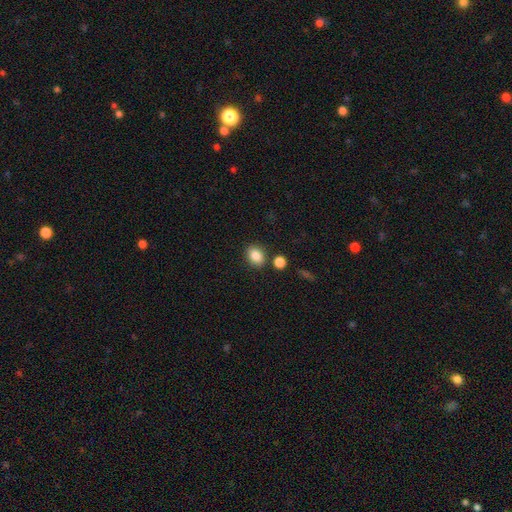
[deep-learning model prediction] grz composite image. It shows a smooth galaxy with no disk features (86%) that is in between round and cigar-shaped (62%). Merging: none (80%).